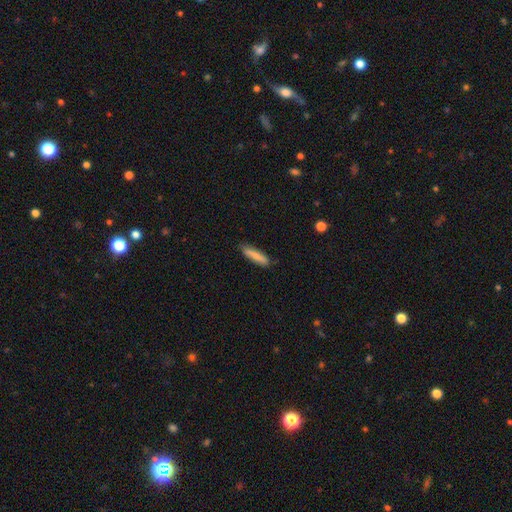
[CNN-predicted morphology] type=smooth (80%); roundness=cigar-shaped (80%); merging=none (83%).